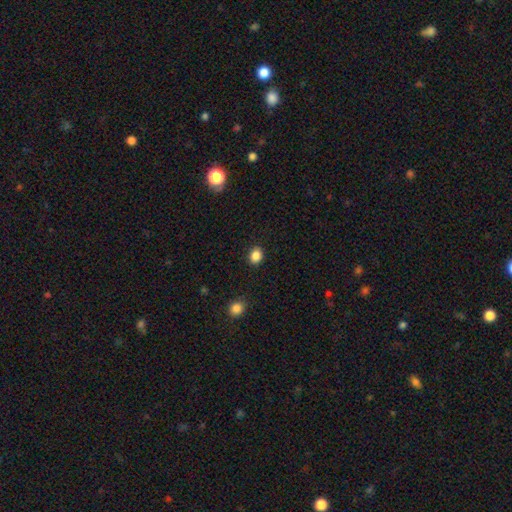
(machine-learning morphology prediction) Overall: smooth (87%). How rounded: round (52%; in between 47%). Merging: none (89%).